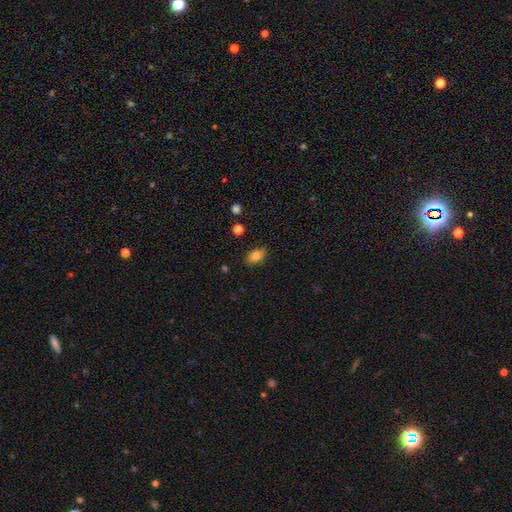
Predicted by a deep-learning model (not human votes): This appears to be a smooth galaxy with no disk features (83%) that is in between round and cigar-shaped (86%). Merging: none (84%).